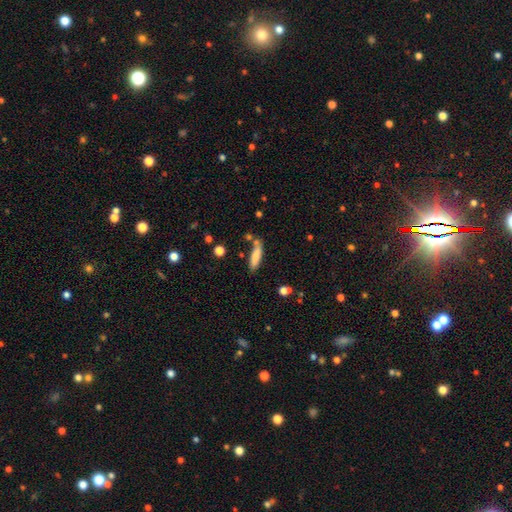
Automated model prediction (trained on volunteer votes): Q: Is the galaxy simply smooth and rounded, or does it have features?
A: smooth — 77%.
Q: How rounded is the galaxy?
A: cigar-shaped — 68%.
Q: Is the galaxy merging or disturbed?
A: none — 68%.